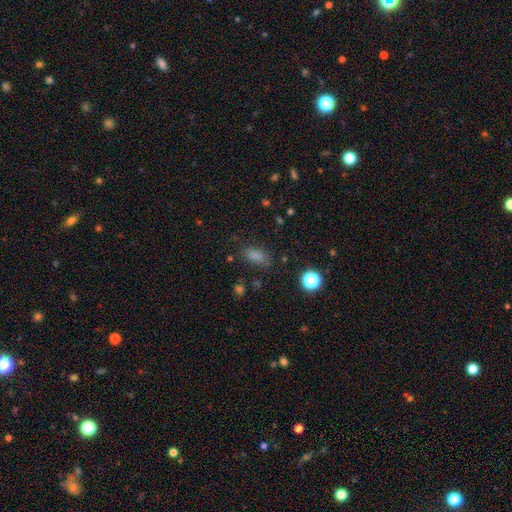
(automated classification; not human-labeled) This appears to be a smooth galaxy with no disk features (79%) that is in between round and cigar-shaped (85%). Merging: none (76%).